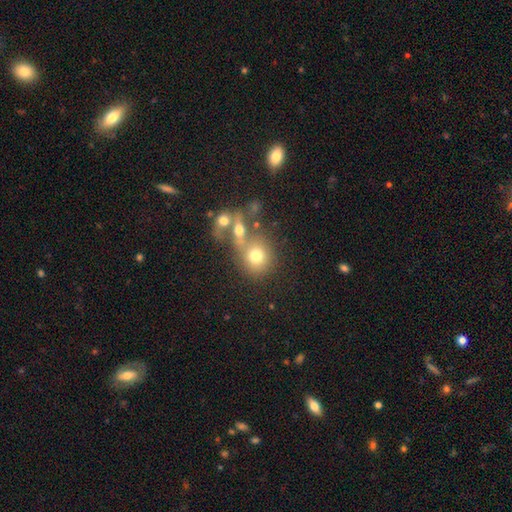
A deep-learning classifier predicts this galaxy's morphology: This appears to be a smooth galaxy with no disk features (70%) that is round (77%). Merging: merger (44%).